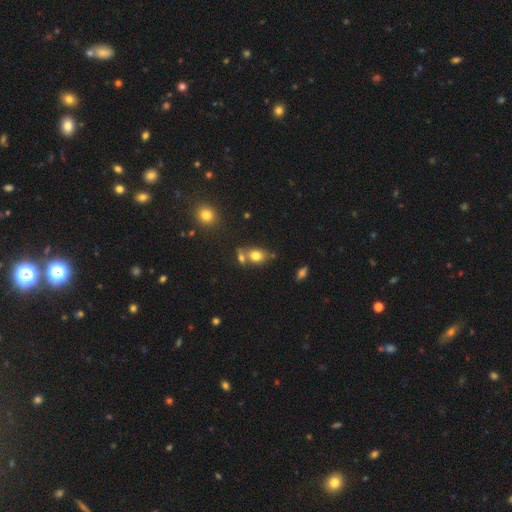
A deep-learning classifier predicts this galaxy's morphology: type=smooth (77%); roundness=in between (58%); merging=none (47%).